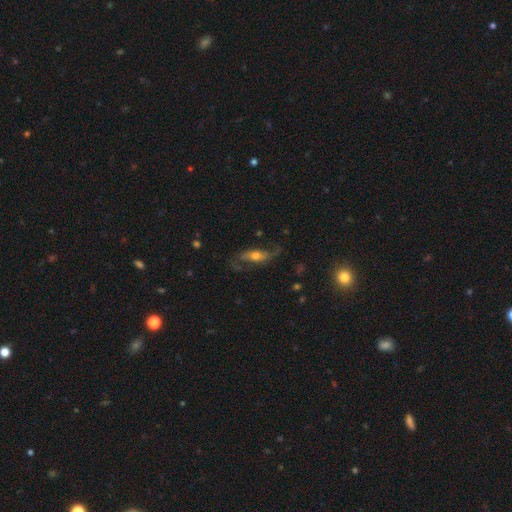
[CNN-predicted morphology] Smooth or featured: featured or disk — 66% (smooth — 26%)
Edge-on disk: no — 78% (yes — 22%)
Bar: no — 56% (weak — 27%)
Spiral arms: yes — 85% (no — 15%)
Bulge size: moderate — 61% (small — 23%)
Merging: none — 63% (minor disturbance — 20%)